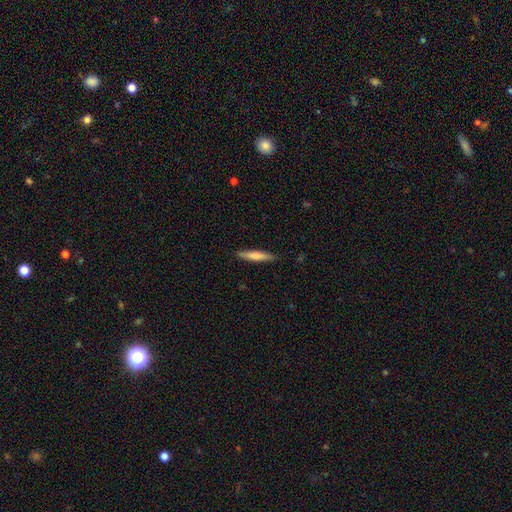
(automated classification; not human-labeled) smooth 66%, featured or disk 29%, star or artifact 5%. Down the decision tree: how rounded — cigar-shaped (91%); merging — none (89%).